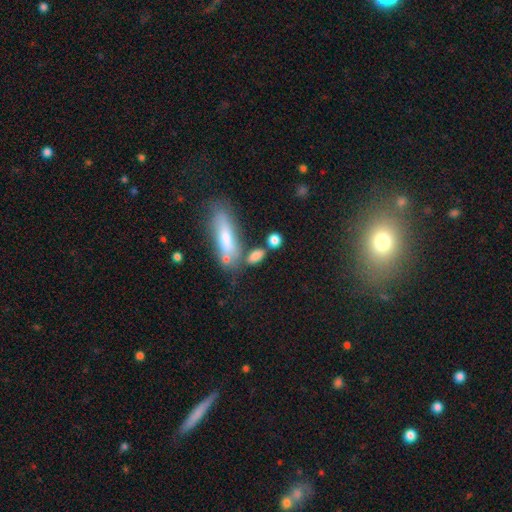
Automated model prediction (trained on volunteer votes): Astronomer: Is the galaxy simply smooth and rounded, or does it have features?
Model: smooth — 76%.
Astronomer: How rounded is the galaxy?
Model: in between — 66%.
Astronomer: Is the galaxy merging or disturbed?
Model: none — 53%.